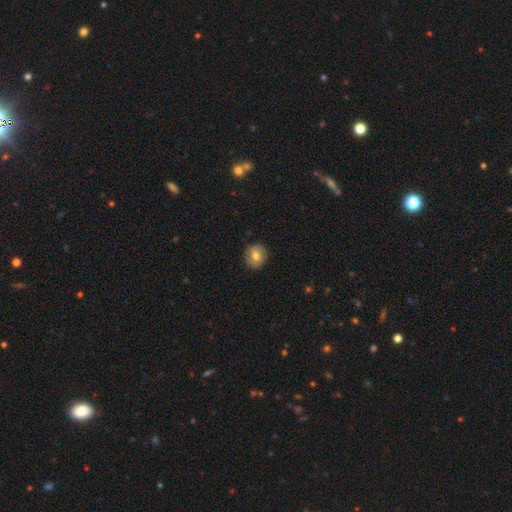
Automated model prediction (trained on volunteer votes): A smooth galaxy with no disk features (67%) that is round (83%). Merging: none (86%).